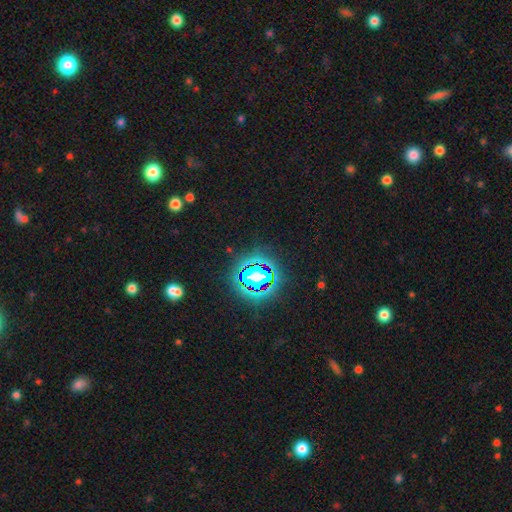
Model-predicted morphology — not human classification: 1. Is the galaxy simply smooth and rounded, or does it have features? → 82% star or artifact, 11% smooth, 7% featured or disk.